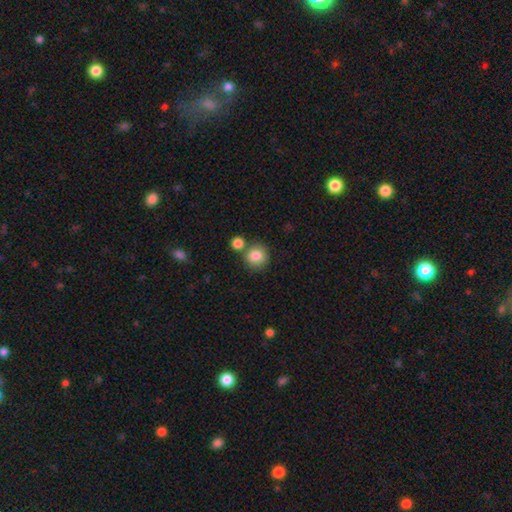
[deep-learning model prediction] Q: Smooth or featured?
A: smooth (84%); runner-up: star or artifact (9%)
Q: How rounded?
A: round (89%); runner-up: in between (10%)
Q: Merging?
A: none (72%); runner-up: merger (16%)